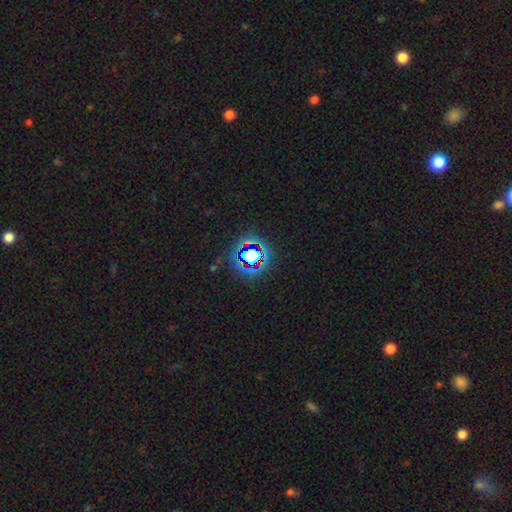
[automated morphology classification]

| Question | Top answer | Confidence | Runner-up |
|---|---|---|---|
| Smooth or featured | star or artifact | 74% | smooth (16%) |